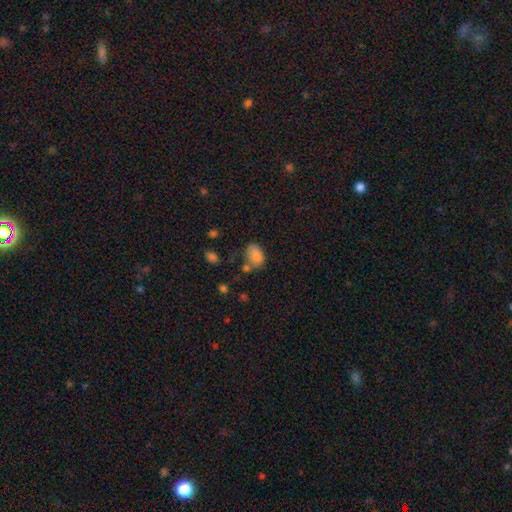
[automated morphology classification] Smooth or featured? smooth (82%)
How rounded? in between (85%)
Merging? none (53%)